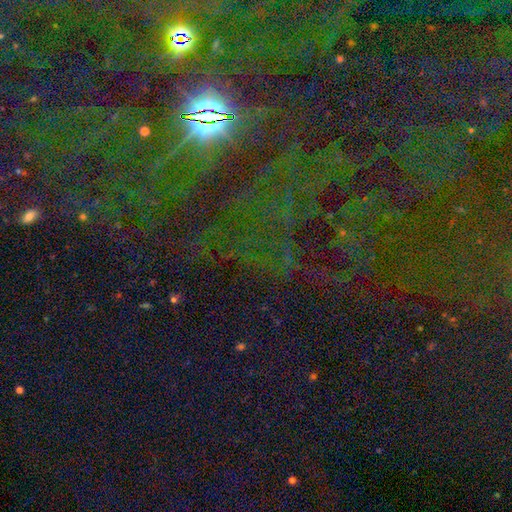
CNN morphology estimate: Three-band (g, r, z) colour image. It shows a star or artifact, not a galaxy (86%).